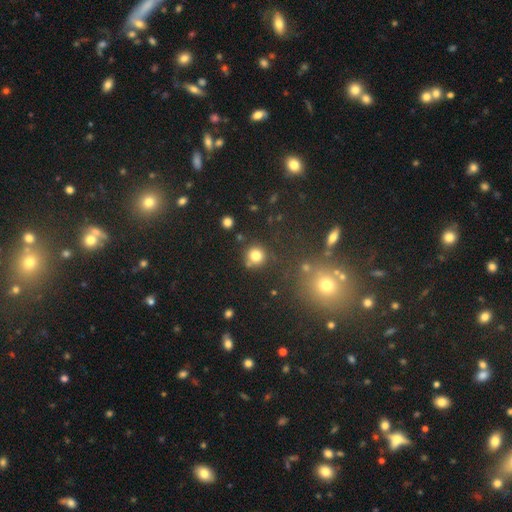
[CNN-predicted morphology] A smooth galaxy with no disk features (79%) that is round (92%). Merging: none (78%).